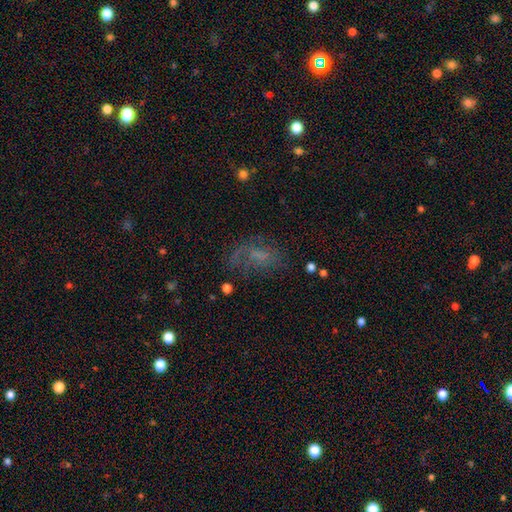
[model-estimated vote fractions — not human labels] Overall: featured or disk (41%; smooth 35%). Merging: none (47%; major disturbance 28%).